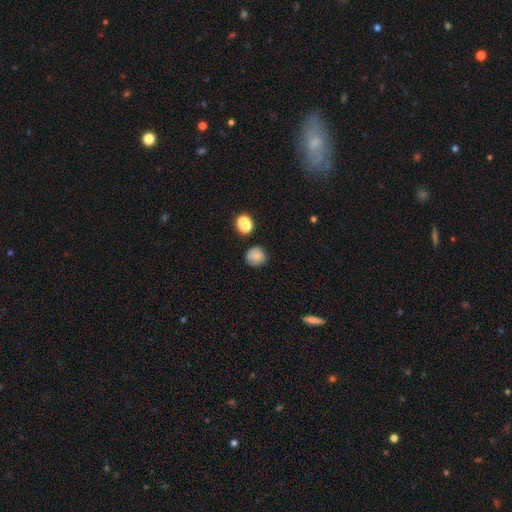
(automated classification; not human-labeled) This is likely a smooth galaxy (79%). How rounded: clearly round (87%). Merging: likely none (74%).